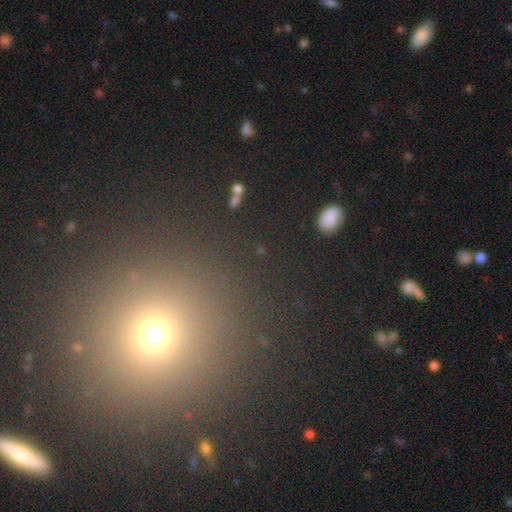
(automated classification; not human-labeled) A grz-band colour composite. It shows a smooth galaxy with no disk features (55%) that is round (93%). Merging: none (90%).